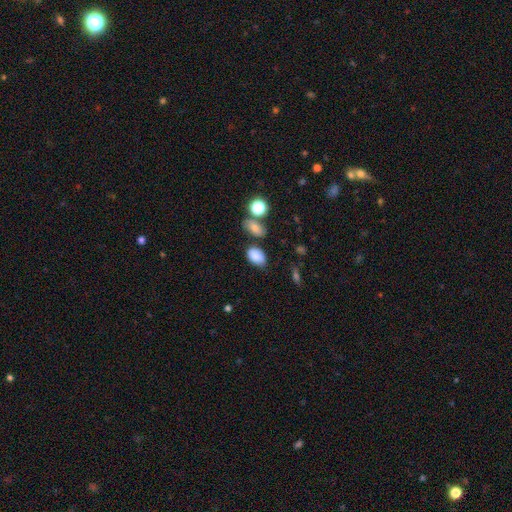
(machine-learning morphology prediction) smooth_or_featured: smooth (p=0.84) [alt: star or artifact p=0.10]
how_rounded: in between (p=0.84) [alt: round p=0.14]
merging: none (p=0.70) [alt: minor disturbance p=0.18]